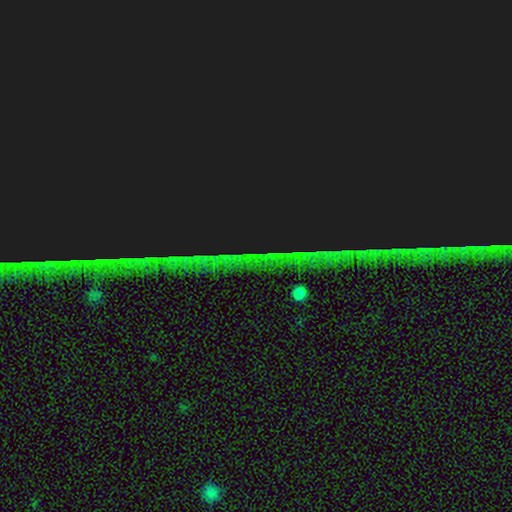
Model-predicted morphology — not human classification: type=star or artifact (85%).